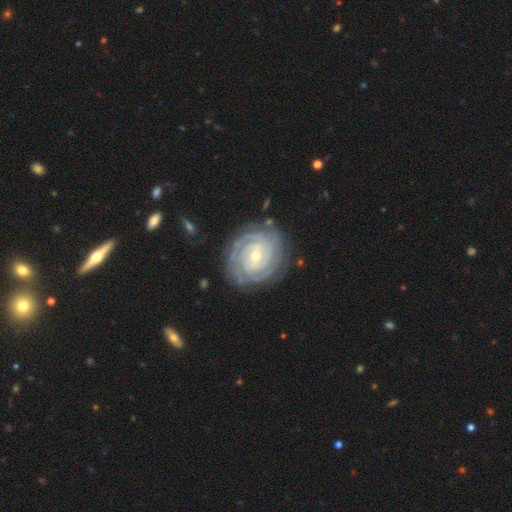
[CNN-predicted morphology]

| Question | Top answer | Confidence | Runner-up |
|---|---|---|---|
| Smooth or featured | featured or disk | 91% | star or artifact (4%) |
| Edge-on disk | no | 98% | yes (2%) |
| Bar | no | 41% | weak (38%) |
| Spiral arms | yes | 98% | no (2%) |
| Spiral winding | tight | 88% | medium (10%) |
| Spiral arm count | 2 | 32% | 3 (21%) |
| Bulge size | small | 59% | moderate (38%) |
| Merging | none | 81% | minor disturbance (13%) |